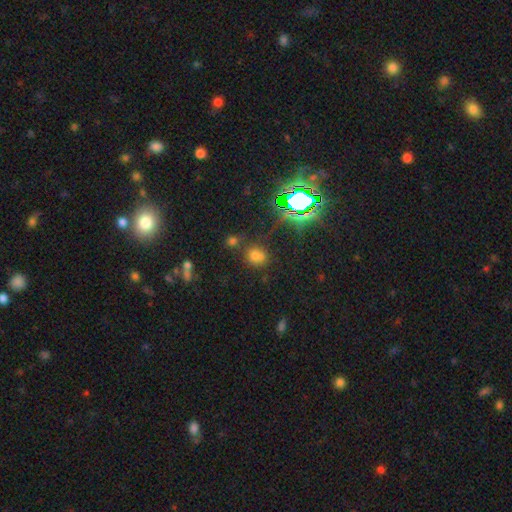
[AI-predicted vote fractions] Smooth or featured?
  - smooth: 60% *
  - star or artifact: 33%
  - featured or disk: 8%
How rounded?
  - round: 78% *
  - in between: 21%
  - cigar-shaped: 2%
Merging?
  - none: 71% *
  - minor disturbance: 13%
  - merger: 11%
  - major disturbance: 5%